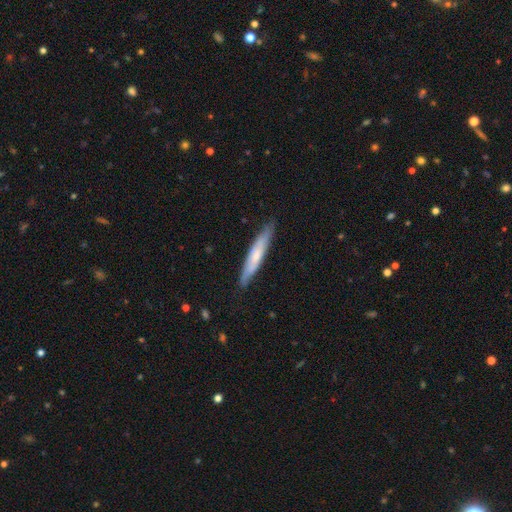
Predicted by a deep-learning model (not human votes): The model was most divided on "smooth or featured": smooth: 53%, featured or disk: 41%, star or artifact: 6%. More confident: how rounded — cigar-shaped (91%); merging — none (83%).